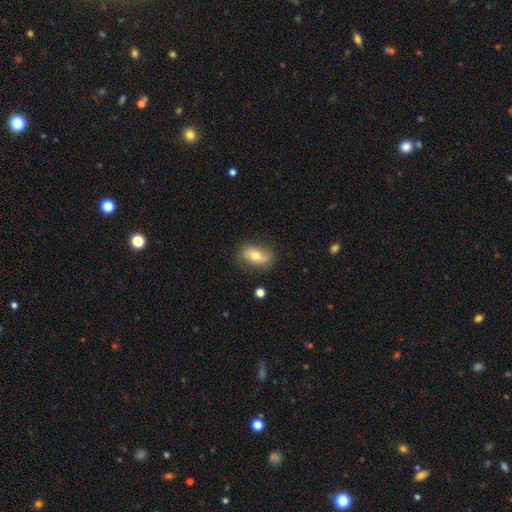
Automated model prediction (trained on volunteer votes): A smooth galaxy with no disk features (53%) that is in between round and cigar-shaped (85%). Merging: none (75%).